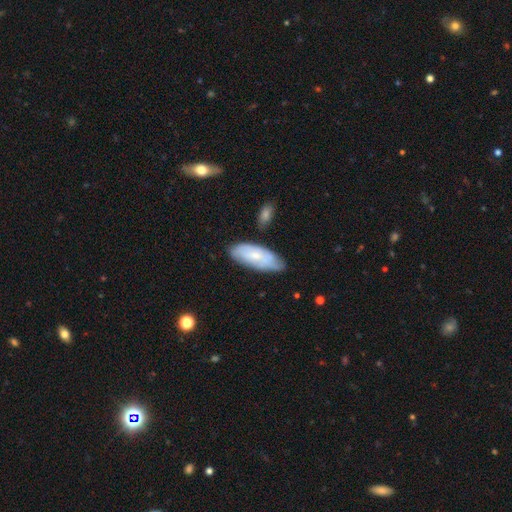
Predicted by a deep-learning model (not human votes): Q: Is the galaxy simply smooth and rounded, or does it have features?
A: smooth — 56%.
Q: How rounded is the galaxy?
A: in between — 84%.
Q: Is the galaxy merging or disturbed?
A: none — 66%.